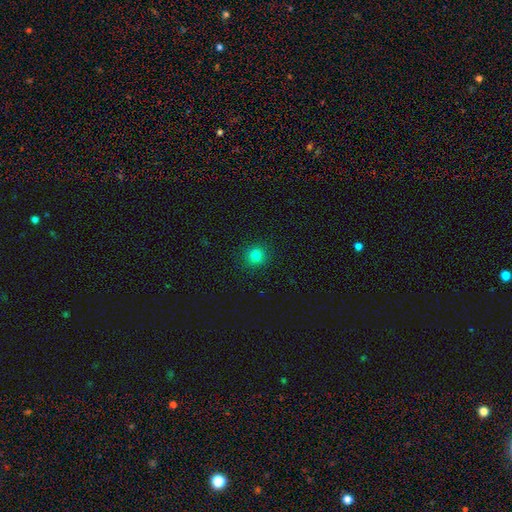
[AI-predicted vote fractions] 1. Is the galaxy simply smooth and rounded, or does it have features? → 80% smooth, 14% star or artifact, 5% featured or disk.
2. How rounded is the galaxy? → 92% round, 7% in between, 1% cigar-shaped.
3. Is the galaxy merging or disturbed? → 91% none, 6% minor disturbance, 2% major disturbance, 1% merger.